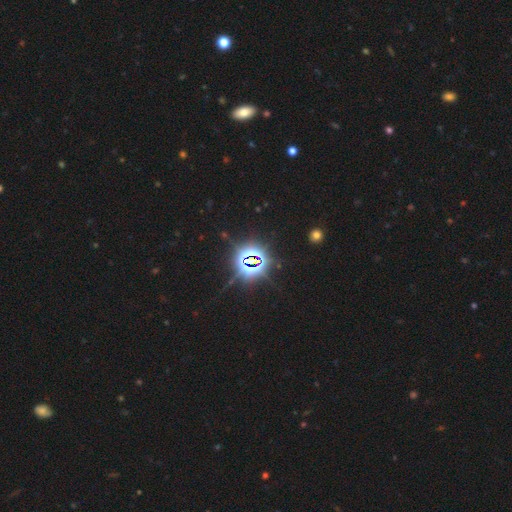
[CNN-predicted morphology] This appears to be a star or artifact, not a galaxy (82%).